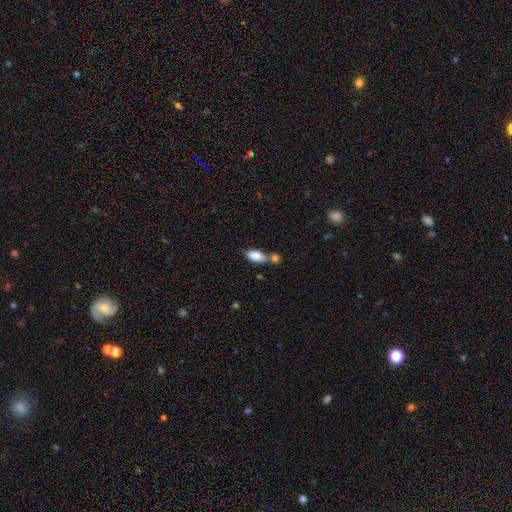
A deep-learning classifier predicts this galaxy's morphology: type=smooth (82%); roundness=in between (87%); merging=none (45%).